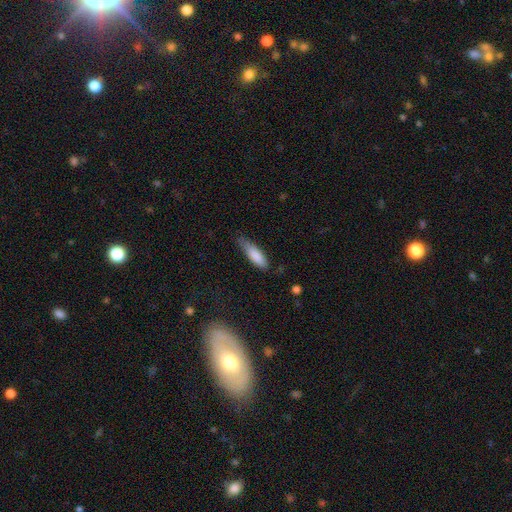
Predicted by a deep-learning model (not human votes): Smooth or featured? Predicted: smooth (p=0.84). How rounded? Predicted: cigar-shaped (p=0.59). Merging? Predicted: none (p=0.57).